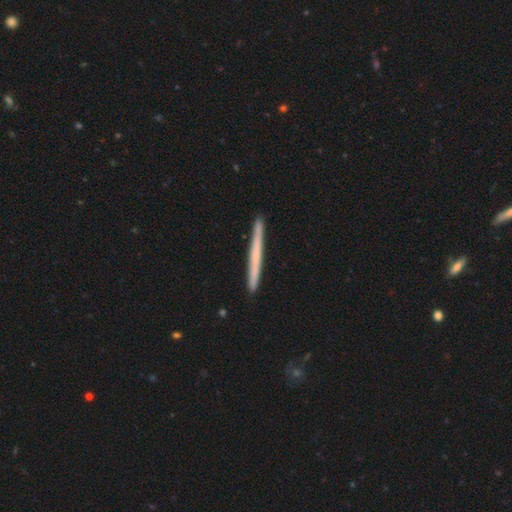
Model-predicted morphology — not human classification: Smooth or featured? smooth (49%)
Merging? none (92%)